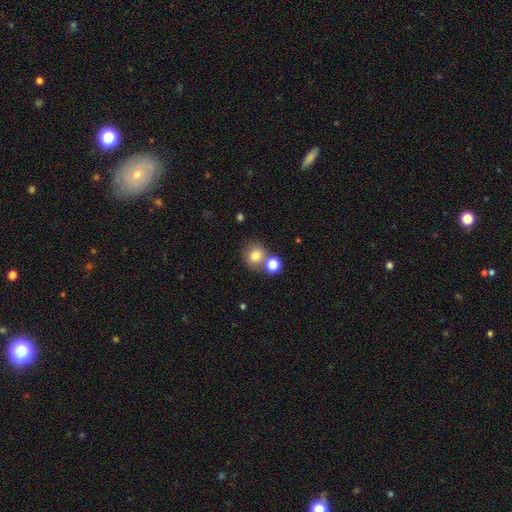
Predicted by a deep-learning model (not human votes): Smooth or featured? smooth (79%)
How rounded? round (78%)
Merging? none (58%)